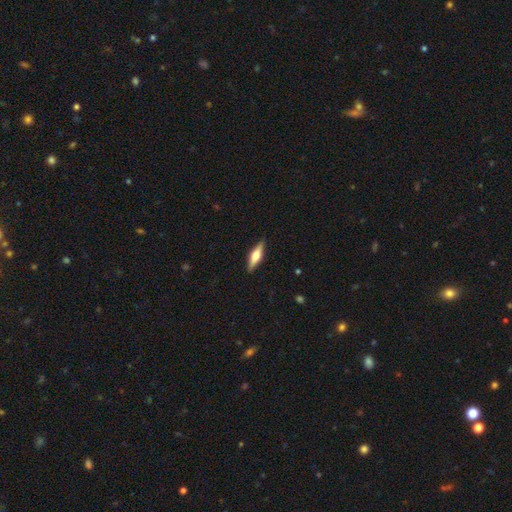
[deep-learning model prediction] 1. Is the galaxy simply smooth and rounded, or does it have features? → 58% featured or disk, 36% smooth, 6% star or artifact.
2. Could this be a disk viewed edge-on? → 96% yes, 4% no.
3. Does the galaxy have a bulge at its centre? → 89% rounded, 9% boxy, 2% none.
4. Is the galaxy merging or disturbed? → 89% none, 8% minor disturbance, 2% major disturbance, 1% merger.